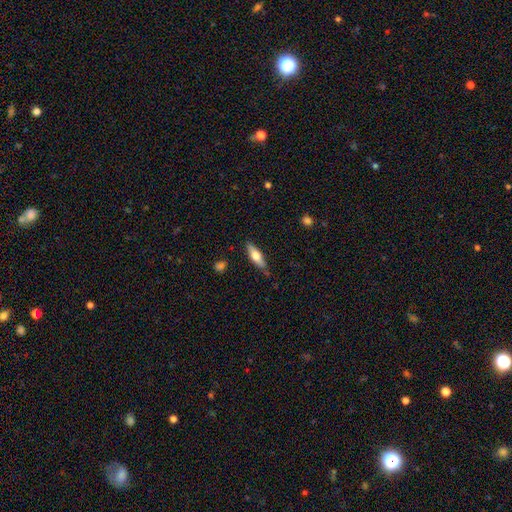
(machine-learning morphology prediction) smooth 56%, featured or disk 38%, star or artifact 6%. Down the decision tree: how rounded — cigar-shaped (55%); merging — none (83%).